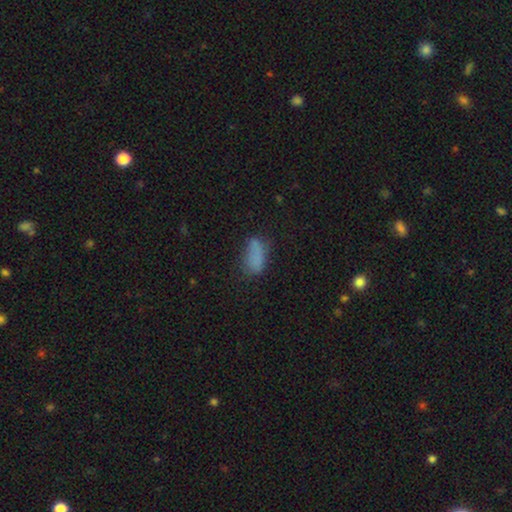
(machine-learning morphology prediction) Smooth or featured? smooth (76%)
How rounded? in between (86%)
Merging? none (51%)